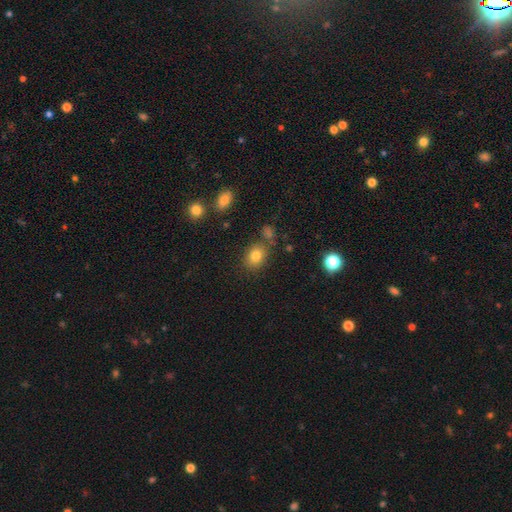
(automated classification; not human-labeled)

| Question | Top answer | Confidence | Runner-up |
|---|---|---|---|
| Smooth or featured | smooth | 81% | star or artifact (11%) |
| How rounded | in between | 58% | round (41%) |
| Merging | none | 74% | minor disturbance (14%) |